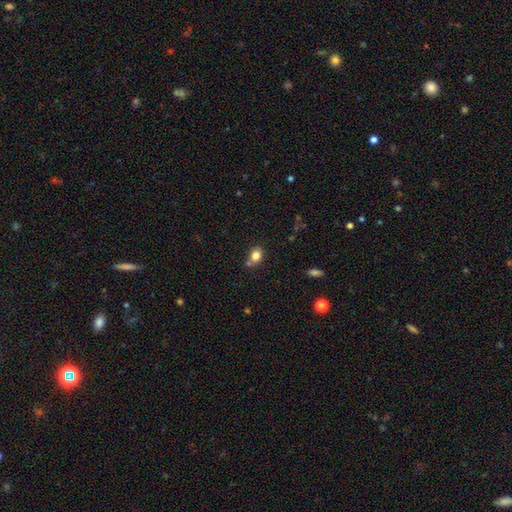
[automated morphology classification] This appears to be a smooth galaxy with no disk features (81%) that is in between round and cigar-shaped (57%). Merging: none (63%).